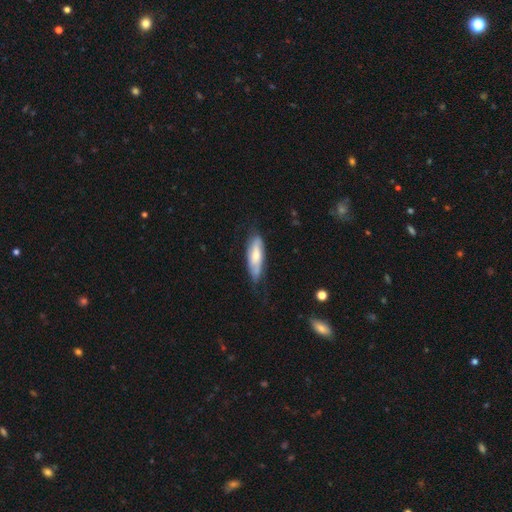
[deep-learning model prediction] Morphology: type=smooth (54%); roundness=in between (54%); merging=none (63%).